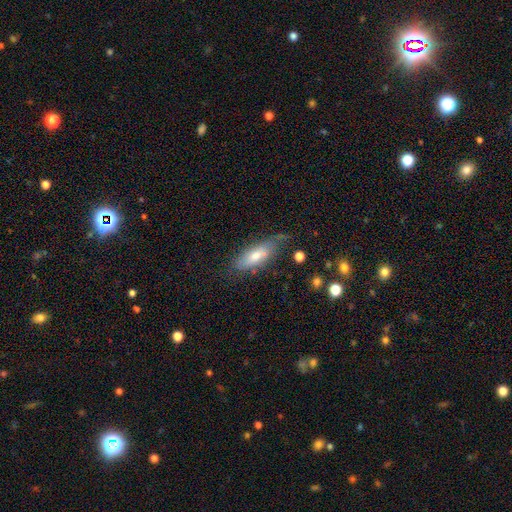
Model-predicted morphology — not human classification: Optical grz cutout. It shows a smooth galaxy with no disk features (54%) that is in between round and cigar-shaped (68%). Merging: none (55%).